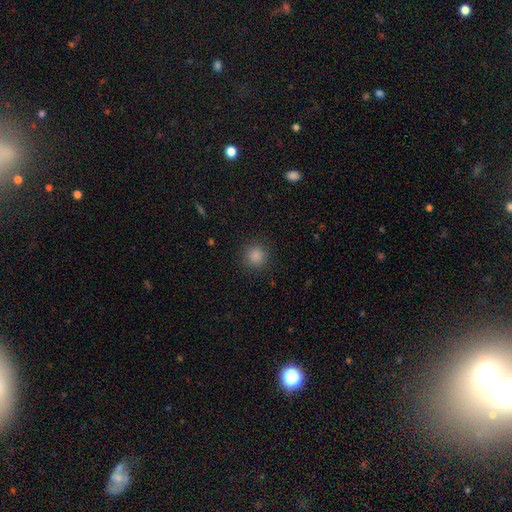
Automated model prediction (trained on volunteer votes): smooth-or-featured: smooth: 86% | star or artifact: 11% | featured or disk: 3%
  how-rounded: round: 94% | in between: 6% | cigar-shaped: 1%
  merging: none: 90% | minor disturbance: 7% | major disturbance: 3% | merger: 1%